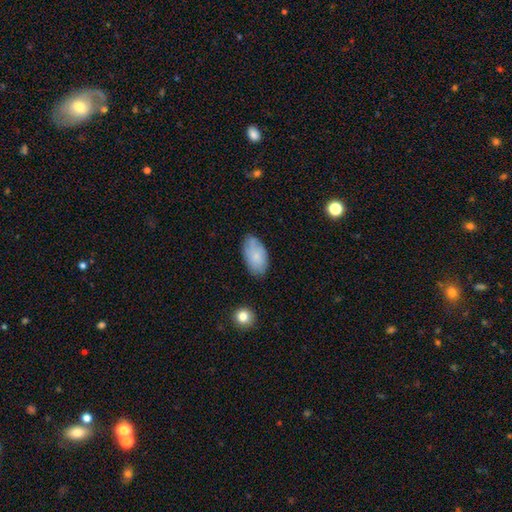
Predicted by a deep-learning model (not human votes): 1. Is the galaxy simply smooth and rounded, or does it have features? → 77% smooth, 16% featured or disk, 7% star or artifact.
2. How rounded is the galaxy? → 94% in between, 4% round, 2% cigar-shaped.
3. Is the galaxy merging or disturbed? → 74% none, 21% minor disturbance, 4% major disturbance, 2% merger.